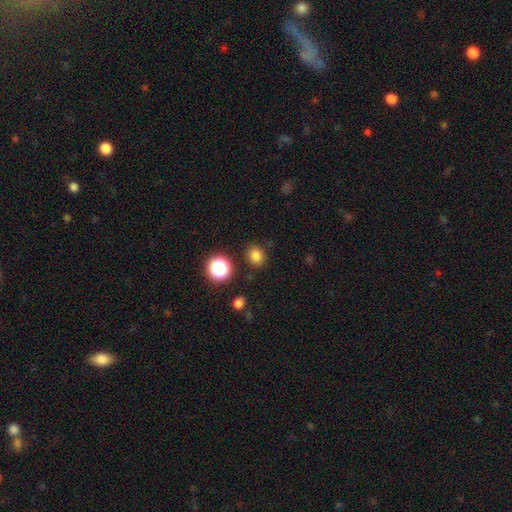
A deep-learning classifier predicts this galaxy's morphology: This appears to be a smooth galaxy with no disk features (80%) that is round (64%). Merging: none (85%).